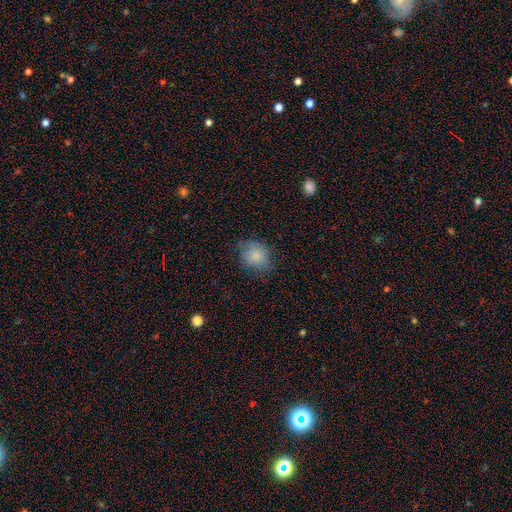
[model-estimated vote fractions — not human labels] Smooth or featured?
  - smooth: 82% *
  - star or artifact: 9%
  - featured or disk: 9%
How rounded?
  - round: 60% *
  - in between: 39%
  - cigar-shaped: 1%
Merging?
  - none: 69% *
  - minor disturbance: 23%
  - major disturbance: 6%
  - merger: 1%